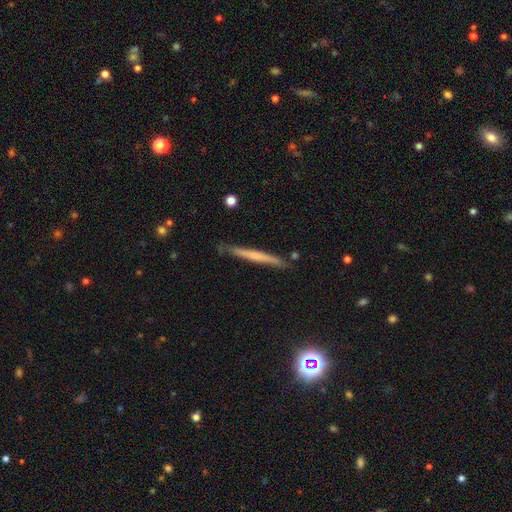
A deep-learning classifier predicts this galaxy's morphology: Smooth or featured? Predicted: smooth (p=0.48). Merging? Predicted: none (p=0.85).